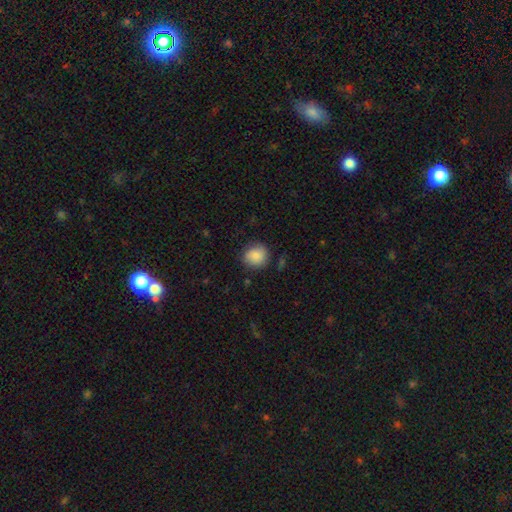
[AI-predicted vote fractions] This appears to be a smooth galaxy with no disk features (84%) that is round (85%). Merging: none (81%).